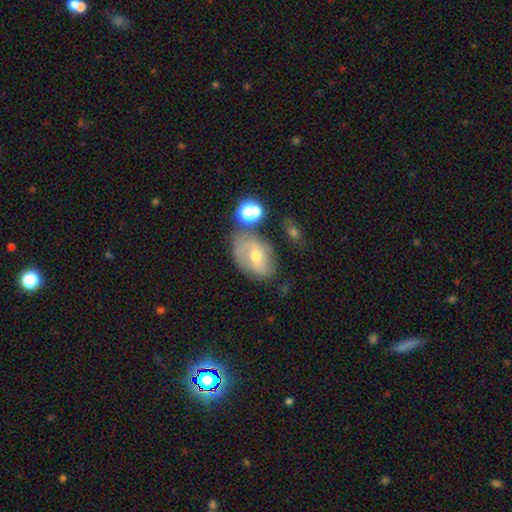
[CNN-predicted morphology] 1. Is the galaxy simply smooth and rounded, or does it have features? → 53% featured or disk, 36% smooth, 11% star or artifact.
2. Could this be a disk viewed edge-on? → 94% no, 6% yes.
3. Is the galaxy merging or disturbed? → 57% none, 23% minor disturbance, 10% merger, 9% major disturbance.